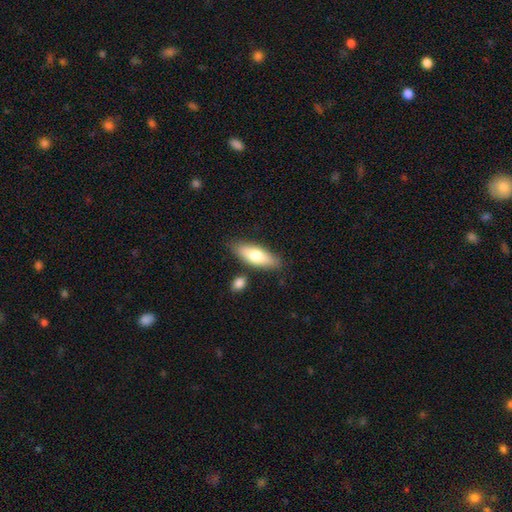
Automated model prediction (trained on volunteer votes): A smooth galaxy with no disk features (72%) that is in between round and cigar-shaped (64%).

Vote fractions:
- Smooth or featured? smooth: 72% / featured or disk: 22% / star or artifact: 6%
- How rounded? in between: 64% / cigar-shaped: 33% / round: 3%
- Merging? none: 80% / minor disturbance: 12% / merger: 6% / major disturbance: 3%